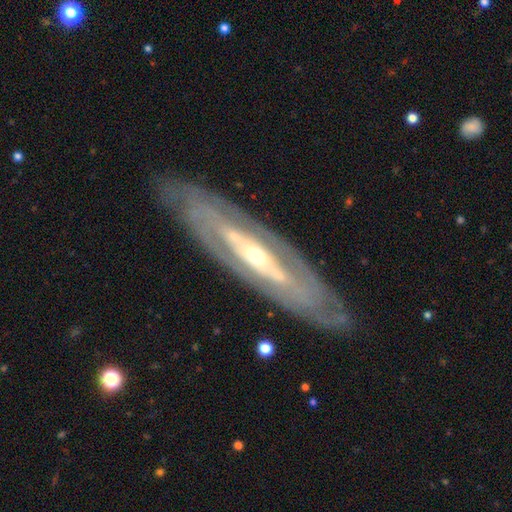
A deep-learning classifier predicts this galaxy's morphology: type=featured or disk (85%); edge-on=no (69%); bar=no (52%); spiral arms=yes (74%); bulge=small (55%); merging=none (83%).